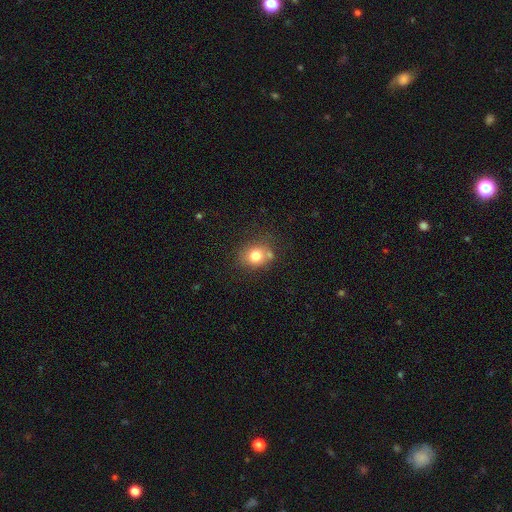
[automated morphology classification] Smooth or featured?
  - smooth: 78% *
  - star or artifact: 11%
  - featured or disk: 11%
How rounded?
  - round: 69% *
  - in between: 30%
  - cigar-shaped: 1%
Merging?
  - none: 66% *
  - minor disturbance: 16%
  - merger: 14%
  - major disturbance: 5%